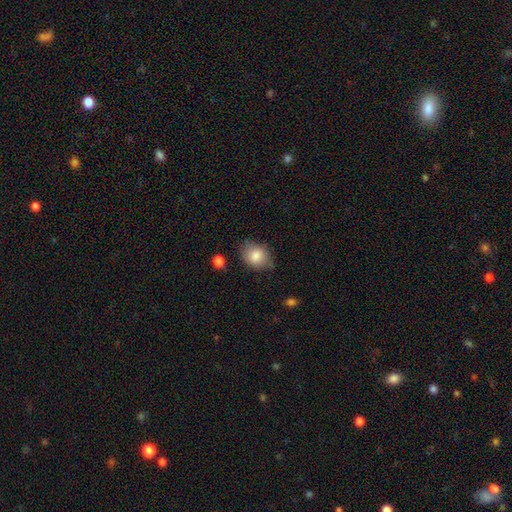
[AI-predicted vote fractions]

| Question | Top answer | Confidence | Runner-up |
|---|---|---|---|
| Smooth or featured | smooth | 83% | featured or disk (9%) |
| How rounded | in between | 55% | round (44%) |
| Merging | none | 69% | minor disturbance (23%) |